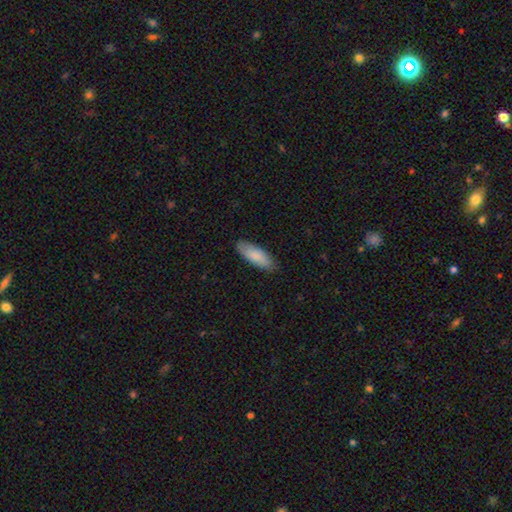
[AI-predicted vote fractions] Q: Smooth or featured?
A: smooth (86%); runner-up: featured or disk (9%)
Q: How rounded?
A: in between (67%); runner-up: cigar-shaped (31%)
Q: Merging?
A: none (86%); runner-up: minor disturbance (11%)